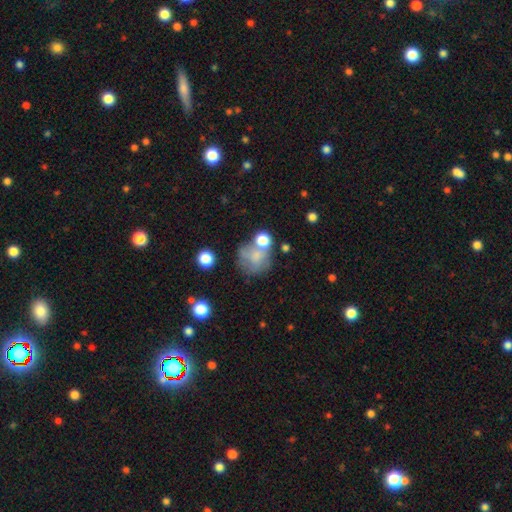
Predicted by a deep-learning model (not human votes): This is likely a smooth galaxy (63%). How rounded: likely round (76%). Merging: marginally none (42%).